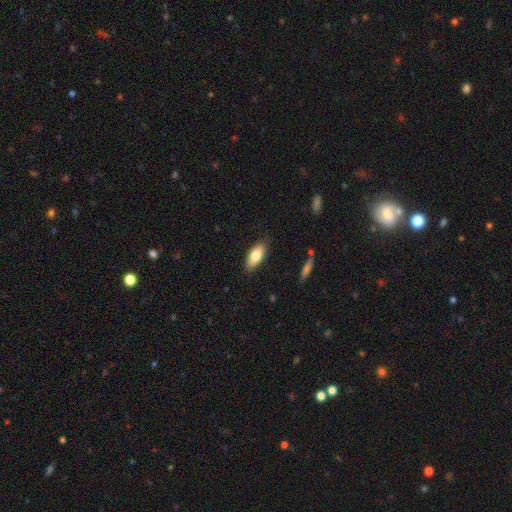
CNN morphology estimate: This is likely a smooth galaxy (79%). How rounded: clearly in between (81%). Merging: clearly none (85%).